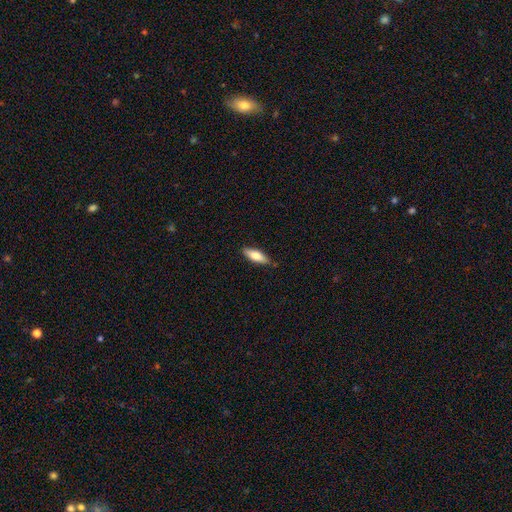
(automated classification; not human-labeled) The model was most divided on "how rounded": in between: 58%, cigar-shaped: 40%, round: 2%. More confident: merging — none (81%); smooth or featured — smooth (71%).